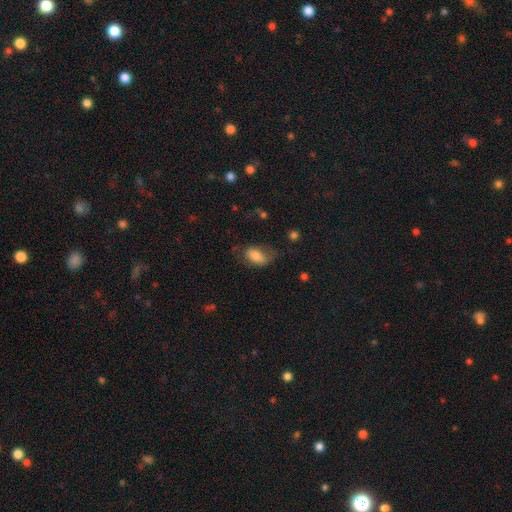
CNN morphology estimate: A smooth galaxy with no disk features (74%) that is in between round and cigar-shaped (90%).

Vote fractions:
- Smooth or featured? smooth: 74% / featured or disk: 18% / star or artifact: 8%
- How rounded? in between: 90% / round: 7% / cigar-shaped: 3%
- Merging? none: 51% / minor disturbance: 27% / major disturbance: 20% / merger: 2%